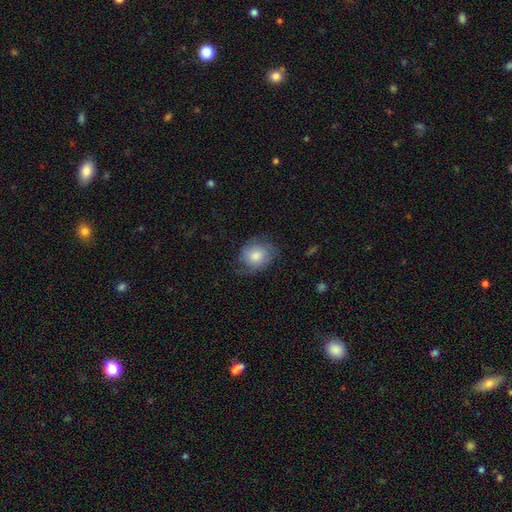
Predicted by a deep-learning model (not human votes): smooth 58%, featured or disk 33%, star or artifact 8%. Down the decision tree: how rounded — round (58%); merging — none (62%).